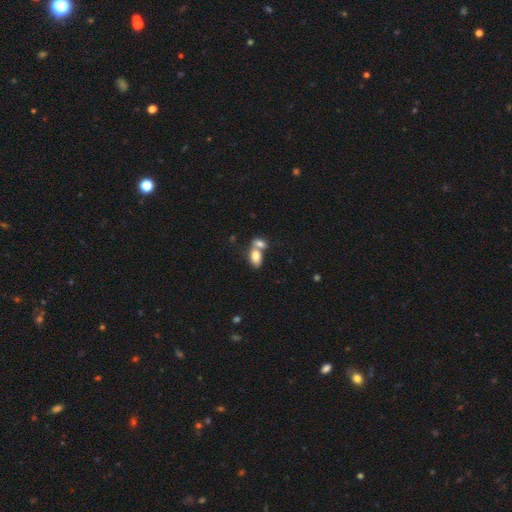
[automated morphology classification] Smooth or featured? smooth (79%)
How rounded? in between (90%)
Merging? merger (64%)